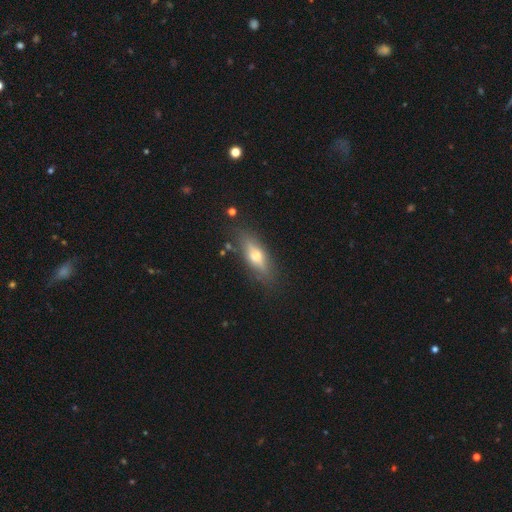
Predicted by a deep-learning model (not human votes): smooth_or_featured: smooth (p=0.47) [alt: featured or disk p=0.46]
merging: none (p=0.81) [alt: minor disturbance p=0.13]